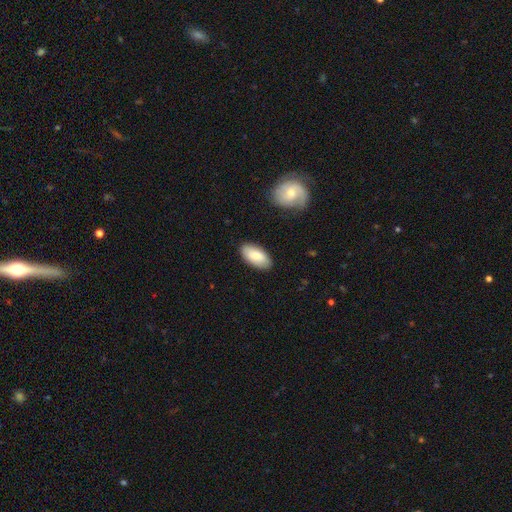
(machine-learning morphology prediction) smooth_or_featured: smooth (p=0.79) [alt: featured or disk p=0.15]
how_rounded: in between (p=0.93) [alt: cigar-shaped p=0.04]
merging: none (p=0.87) [alt: minor disturbance p=0.10]